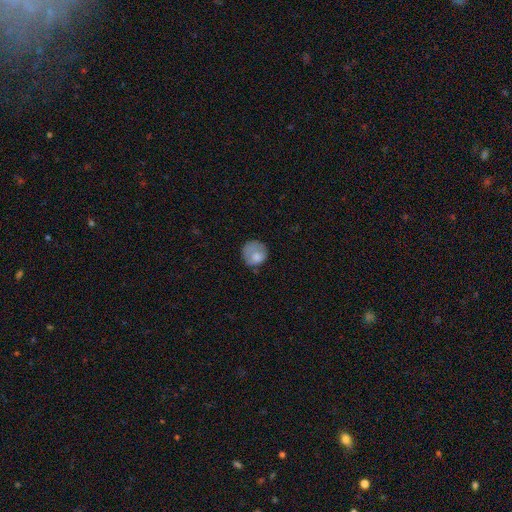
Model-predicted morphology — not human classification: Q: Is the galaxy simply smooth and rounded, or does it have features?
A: smooth — 75%.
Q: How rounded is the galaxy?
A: round — 83%.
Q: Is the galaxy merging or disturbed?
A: none — 54%.